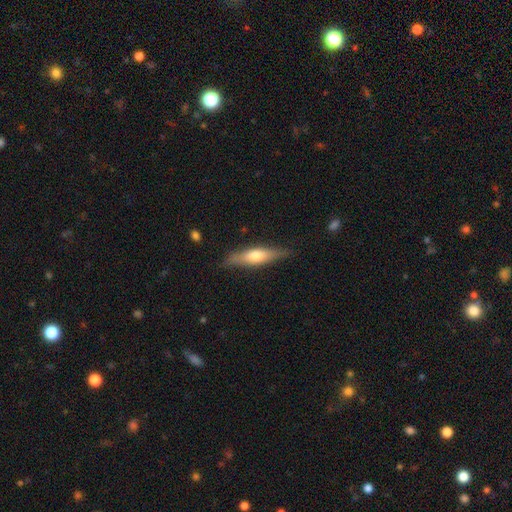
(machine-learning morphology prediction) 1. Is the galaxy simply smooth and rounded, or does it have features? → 51% smooth, 44% featured or disk, 5% star or artifact.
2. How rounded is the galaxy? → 71% cigar-shaped, 27% in between, 2% round.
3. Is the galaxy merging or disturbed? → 83% none, 13% minor disturbance, 3% major disturbance, 1% merger.